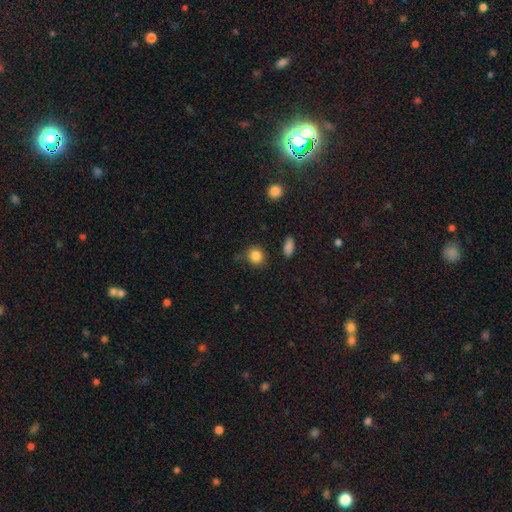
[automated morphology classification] The model was most divided on "how rounded": round: 82%, in between: 17%, cigar-shaped: 1%. More confident: smooth or featured — smooth (86%); merging — none (79%).